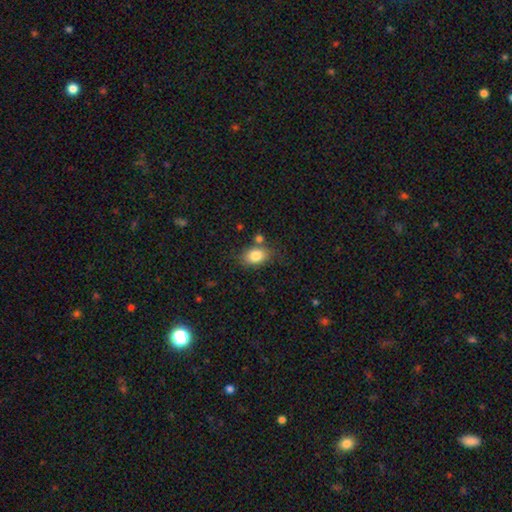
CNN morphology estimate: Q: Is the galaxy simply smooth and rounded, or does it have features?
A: smooth — 82%.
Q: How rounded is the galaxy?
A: in between — 78%.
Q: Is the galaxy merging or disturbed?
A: none — 71%.